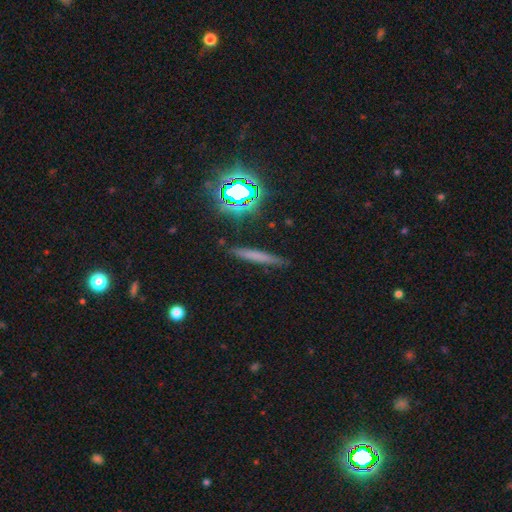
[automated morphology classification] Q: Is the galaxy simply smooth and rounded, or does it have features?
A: smooth — 56%.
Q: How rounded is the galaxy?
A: cigar-shaped — 92%.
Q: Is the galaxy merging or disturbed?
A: none — 87%.